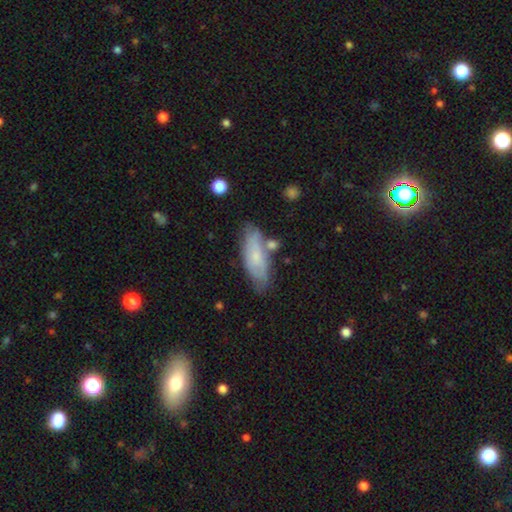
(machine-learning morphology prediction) This is possibly a smooth galaxy (59%). How rounded: likely in between (69%). Merging: likely none (66%).